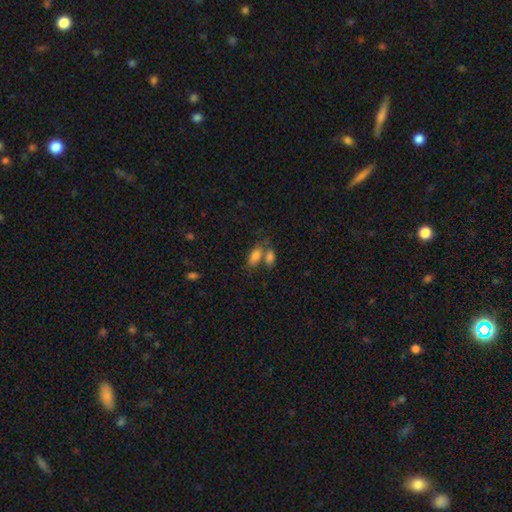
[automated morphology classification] smooth_or_featured: smooth (p=0.80) [alt: featured or disk p=0.11]
how_rounded: in between (p=0.87) [alt: cigar-shaped p=0.08]
merging: merger (p=0.42) [tied with: none p=0.42]